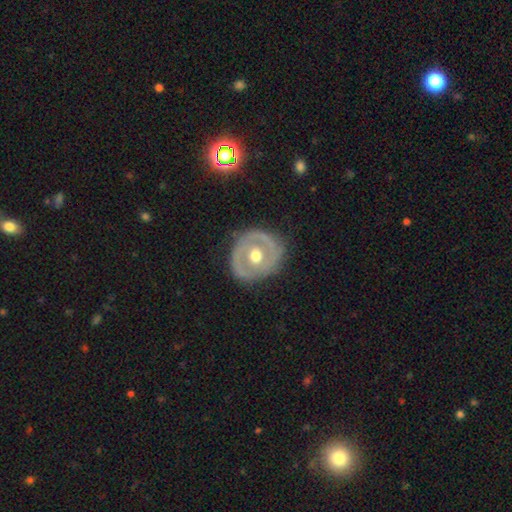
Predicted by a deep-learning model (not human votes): smooth-or-featured: featured or disk: 65% | smooth: 30% | star or artifact: 5%
  disk-edge-on: no: 95% | yes: 5%
    bar: no: 80% | weak: 15% | strong: 5%
    has-spiral-arms: no: 70% | yes: 30%
    bulge-size: moderate: 81% | large: 11% | small: 6% | dominant: 1% | none: 1%
  merging: none: 77% | minor disturbance: 16% | major disturbance: 5% | merger: 2%